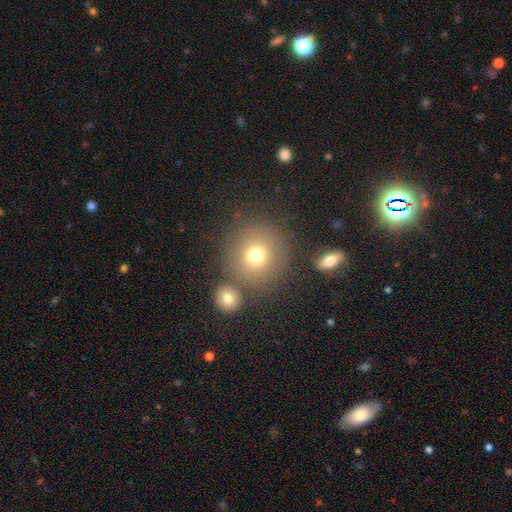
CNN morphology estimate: smooth-or-featured: smooth: 74% | star or artifact: 14% | featured or disk: 12%
  how-rounded: round: 92% | in between: 7% | cigar-shaped: 1%
  merging: none: 74% | merger: 13% | minor disturbance: 9% | major disturbance: 4%